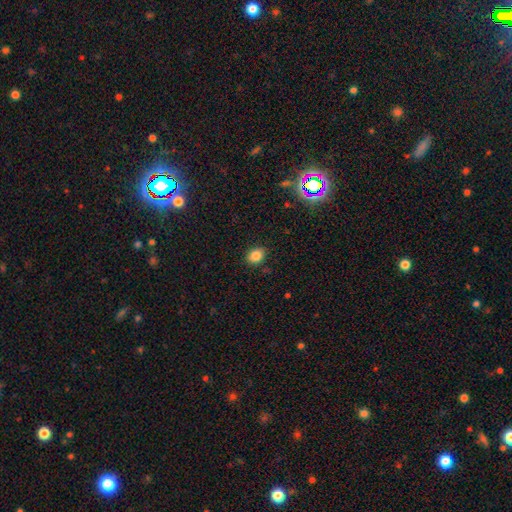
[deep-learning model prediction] A smooth galaxy with no disk features (84%) that is in between round and cigar-shaped (60%).

Vote fractions:
- Smooth or featured? smooth: 84% / star or artifact: 11% / featured or disk: 5%
- How rounded? in between: 60% / round: 39% / cigar-shaped: 1%
- Merging? none: 86% / minor disturbance: 10% / major disturbance: 3% / merger: 1%